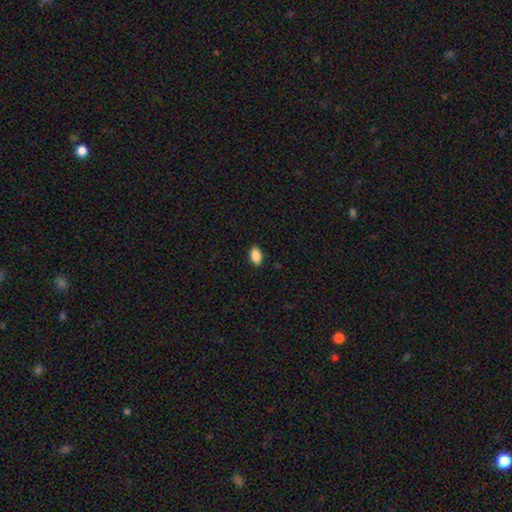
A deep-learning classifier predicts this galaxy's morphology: This appears to be a smooth galaxy with no disk features (89%) that is in between round and cigar-shaped (91%). Merging: none (89%).